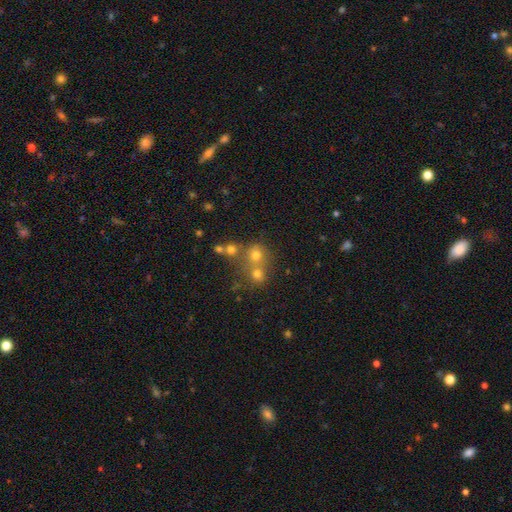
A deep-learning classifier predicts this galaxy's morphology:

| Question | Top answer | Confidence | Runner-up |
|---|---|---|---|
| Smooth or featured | smooth | 63% | star or artifact (23%) |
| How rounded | round | 85% | in between (14%) |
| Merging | none | 47% | merger (43%) |